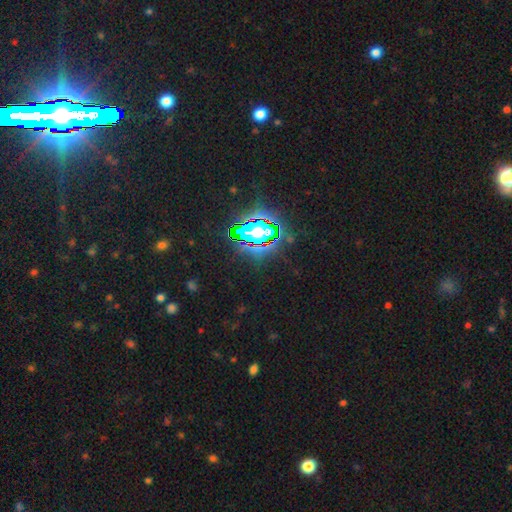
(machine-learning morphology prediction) This is clearly a star or artifact rather than a galaxy (86%).